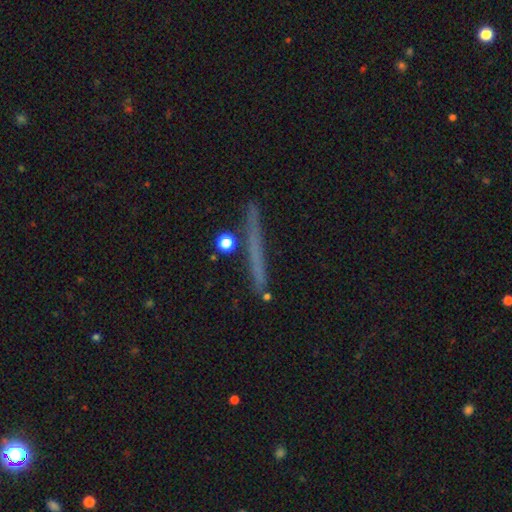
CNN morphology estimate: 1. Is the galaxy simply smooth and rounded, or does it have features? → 45% featured or disk, 35% smooth, 19% star or artifact.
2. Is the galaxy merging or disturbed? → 82% none, 10% minor disturbance, 4% merger, 4% major disturbance.